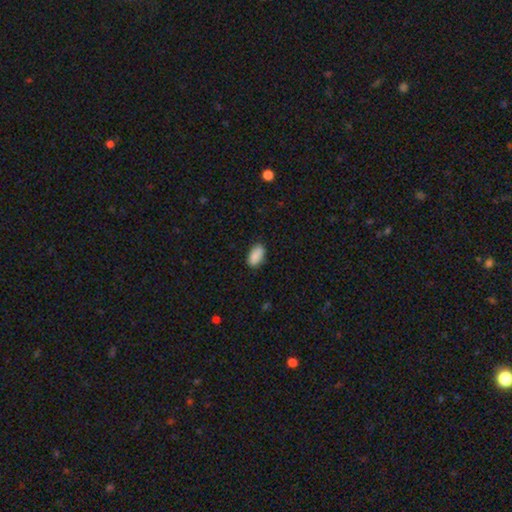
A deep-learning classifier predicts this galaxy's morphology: type=smooth (89%); roundness=in between (94%); merging=none (84%).